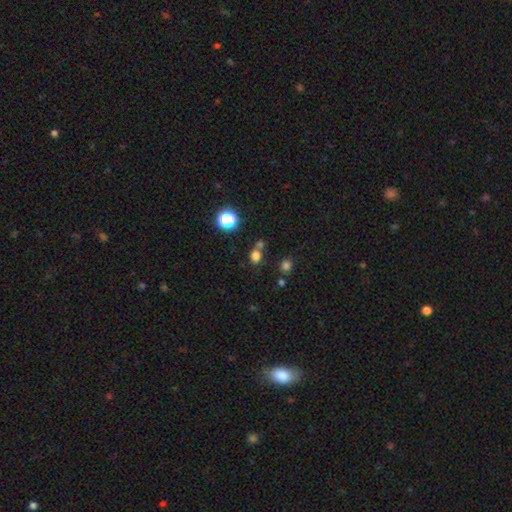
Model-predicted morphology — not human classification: This appears to be a smooth galaxy with no disk features (73%) that is round (73%). Merging: none (56%).